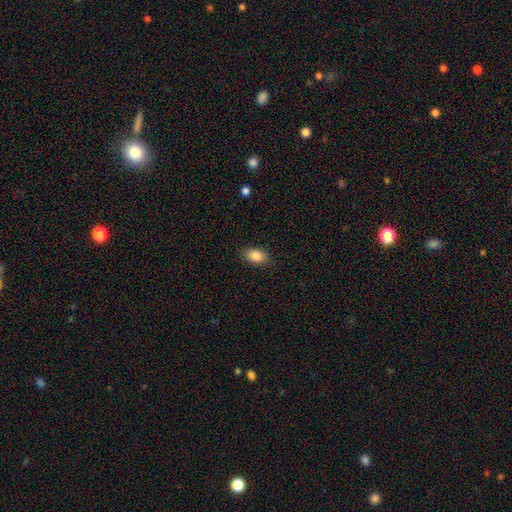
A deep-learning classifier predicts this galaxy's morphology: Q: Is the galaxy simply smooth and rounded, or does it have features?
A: smooth — 87%.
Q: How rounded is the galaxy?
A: in between — 89%.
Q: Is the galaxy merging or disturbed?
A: none — 87%.